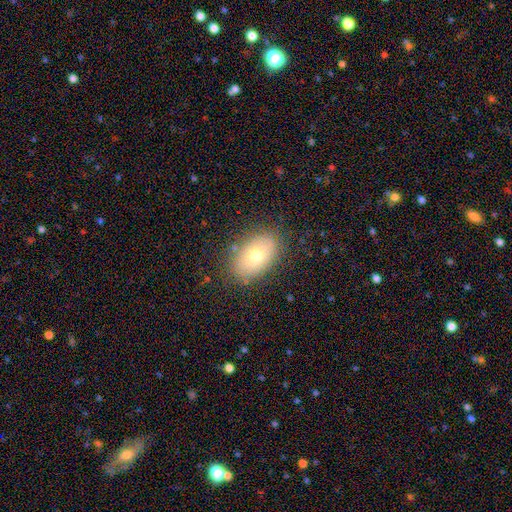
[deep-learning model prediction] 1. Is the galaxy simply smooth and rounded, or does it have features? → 70% smooth, 21% featured or disk, 9% star or artifact.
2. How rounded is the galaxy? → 90% in between, 9% round, 1% cigar-shaped.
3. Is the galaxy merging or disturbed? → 83% none, 12% minor disturbance, 3% major disturbance, 2% merger.